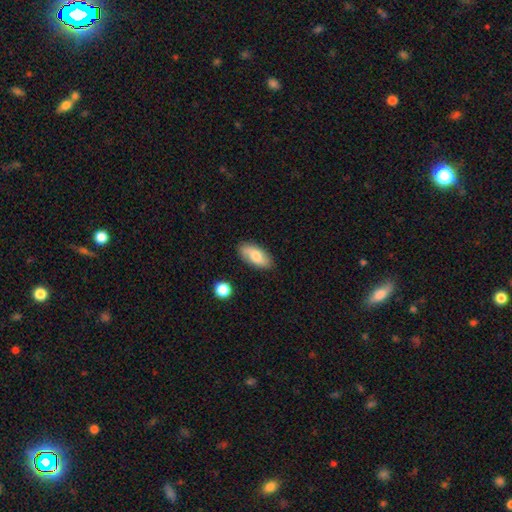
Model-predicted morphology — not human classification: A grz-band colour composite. It shows a smooth galaxy with no disk features (70%) that is in between round and cigar-shaped (89%). Merging: none (84%).